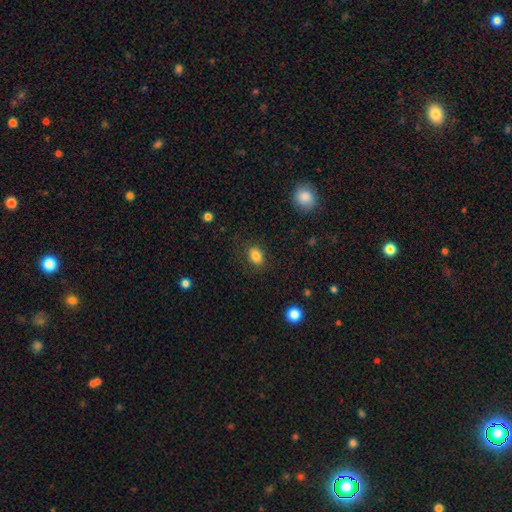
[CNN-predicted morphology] This appears to be a smooth galaxy with no disk features (84%) that is in between round and cigar-shaped (66%). Merging: none (84%).